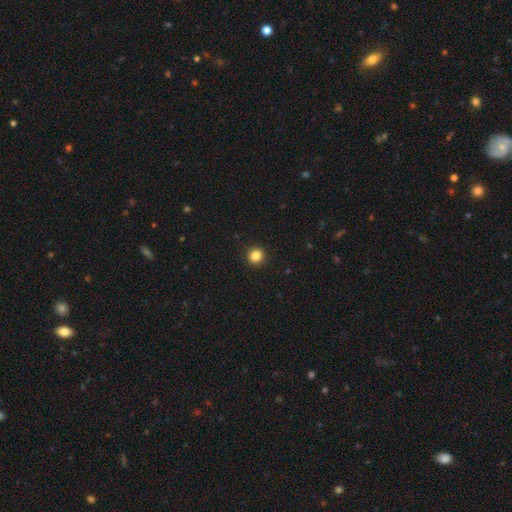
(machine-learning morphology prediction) Smooth or featured?
  - smooth: 85% *
  - star or artifact: 11%
  - featured or disk: 4%
How rounded?
  - round: 93% *
  - in between: 6%
  - cigar-shaped: 1%
Merging?
  - none: 93% *
  - minor disturbance: 4%
  - major disturbance: 2%
  - merger: 1%